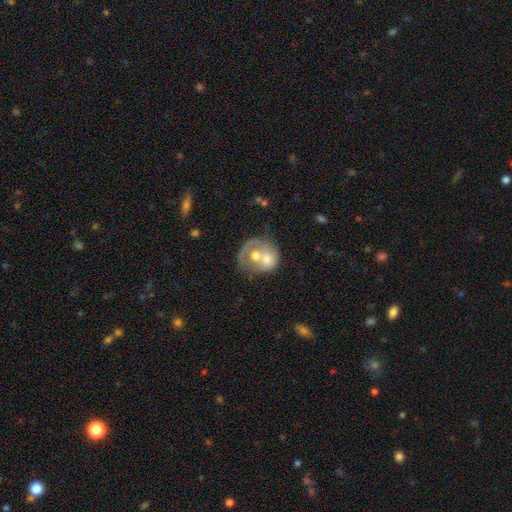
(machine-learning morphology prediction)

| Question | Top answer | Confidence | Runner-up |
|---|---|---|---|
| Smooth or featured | smooth | 47% | tied: featured or disk (47%) |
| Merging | merger | 67% | none (18%) |